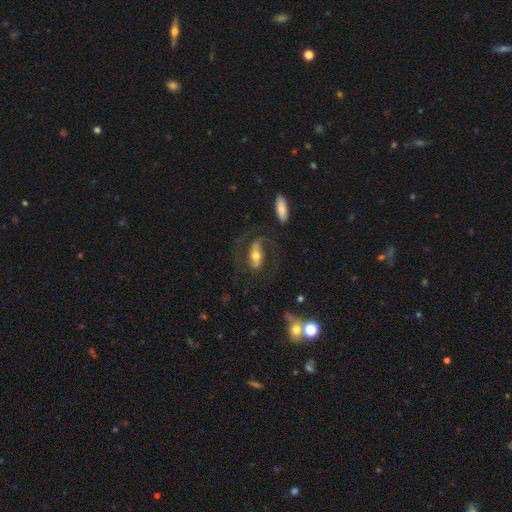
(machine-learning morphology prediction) type=featured or disk (72%); edge-on=no (92%); bar=strong (47%); spiral arms=yes (88%); winding=medium (49%); arm count=2 (86%); bulge=moderate (65%); merging=none (62%).